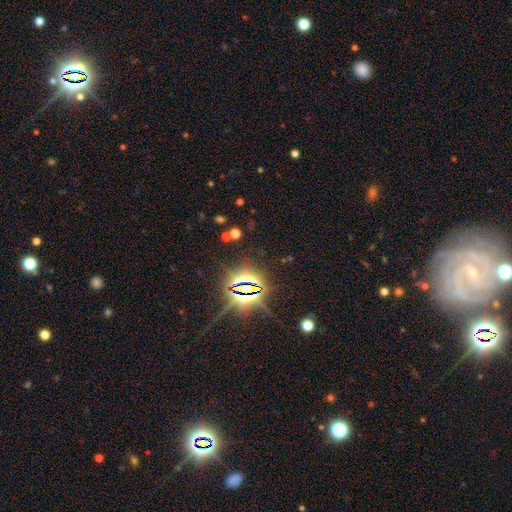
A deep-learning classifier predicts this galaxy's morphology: Smooth or featured?
  - star or artifact: 63% *
  - featured or disk: 22%
  - smooth: 14%